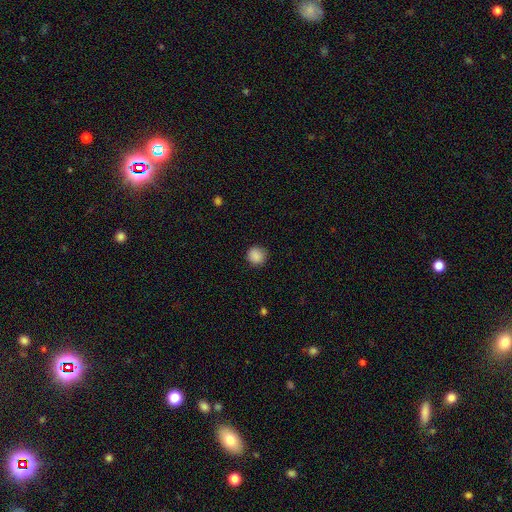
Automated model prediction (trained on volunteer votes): Smooth or featured?
  - smooth: 88% *
  - star or artifact: 9%
  - featured or disk: 3%
How rounded?
  - round: 92% *
  - in between: 7%
  - cigar-shaped: 1%
Merging?
  - none: 87% *
  - minor disturbance: 9%
  - major disturbance: 2%
  - merger: 1%